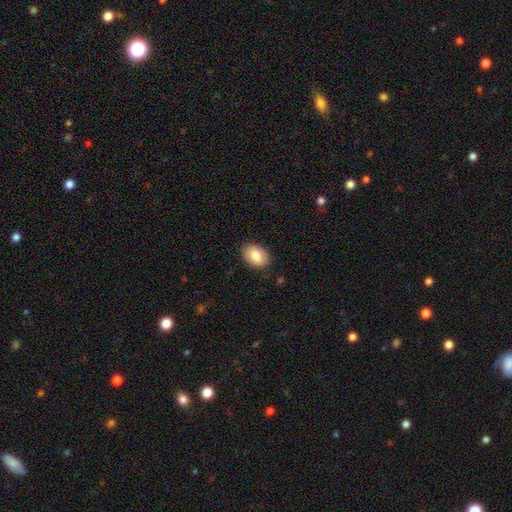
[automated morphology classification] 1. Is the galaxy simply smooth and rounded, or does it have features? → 85% smooth, 8% featured or disk, 7% star or artifact.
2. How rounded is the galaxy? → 84% in between, 15% round, 1% cigar-shaped.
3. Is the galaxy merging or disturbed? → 87% none, 10% minor disturbance, 2% major disturbance, 1% merger.